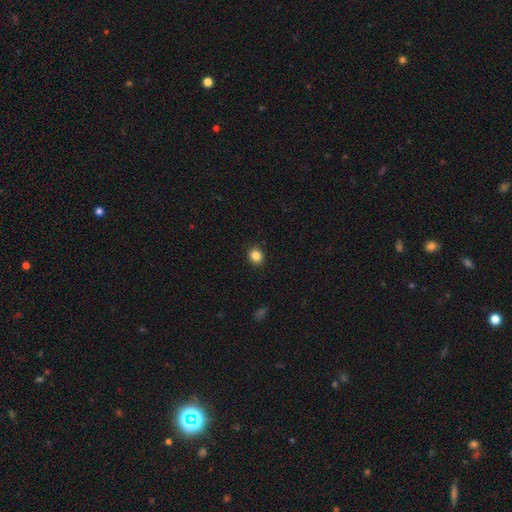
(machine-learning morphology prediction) The model was most divided on "how rounded": round: 72%, in between: 27%, cigar-shaped: 1%. More confident: merging — none (91%); smooth or featured — smooth (85%).